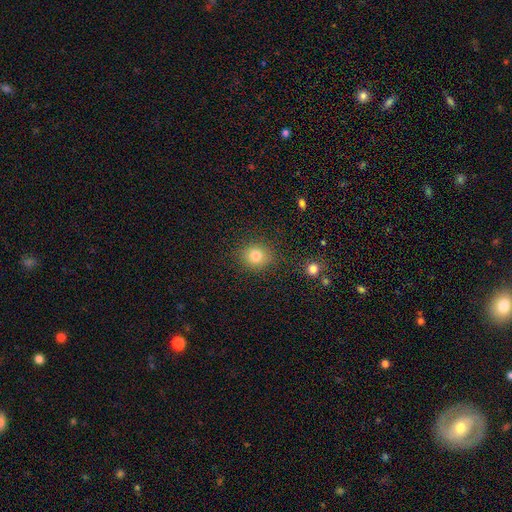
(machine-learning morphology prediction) Smooth or featured? smooth (80%)
How rounded? round (82%)
Merging? none (86%)